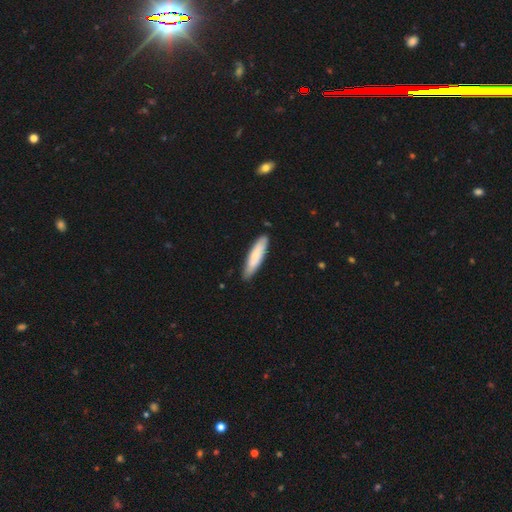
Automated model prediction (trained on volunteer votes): Morphology: type=smooth (72%); roundness=cigar-shaped (75%); merging=none (85%).